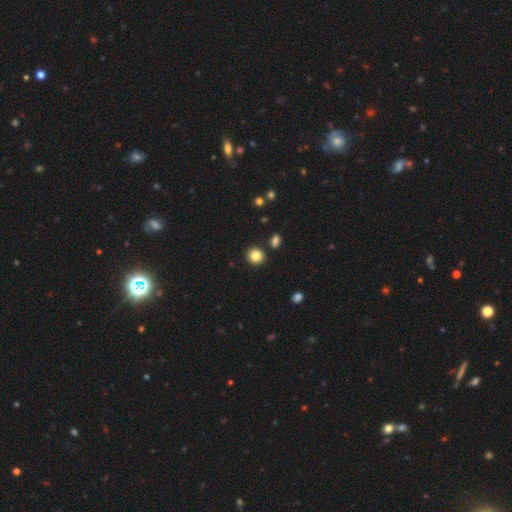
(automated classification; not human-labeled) A smooth galaxy with no disk features (84%) that is round (85%). Merging: none (88%).